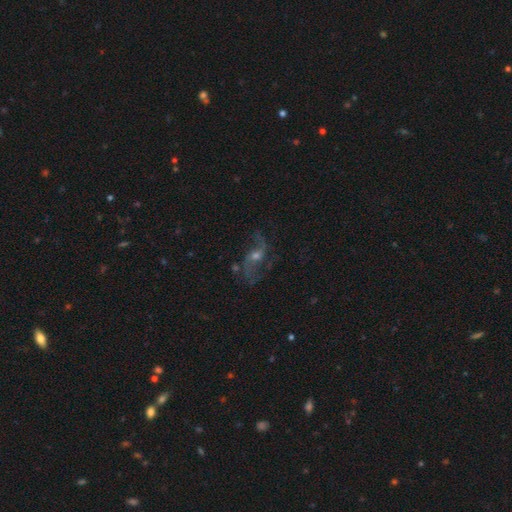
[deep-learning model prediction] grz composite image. It shows a featured or disk galaxy (73%) with no bar (59%), 2 (78%) loose (71%) spiral arms (88%) and a moderate central bulge (53%). Merging: none (62%).